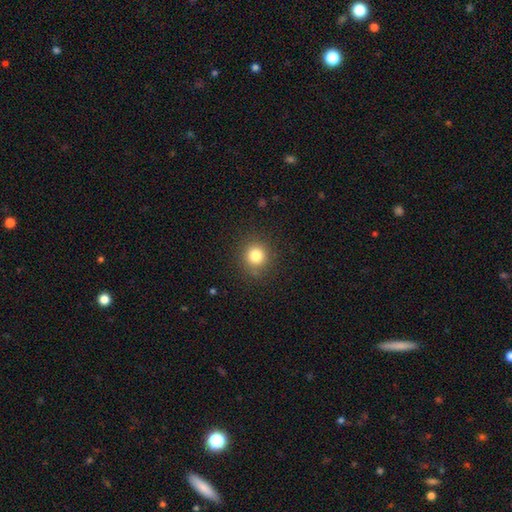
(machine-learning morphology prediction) Smooth or featured? smooth (82%)
How rounded? round (89%)
Merging? none (87%)